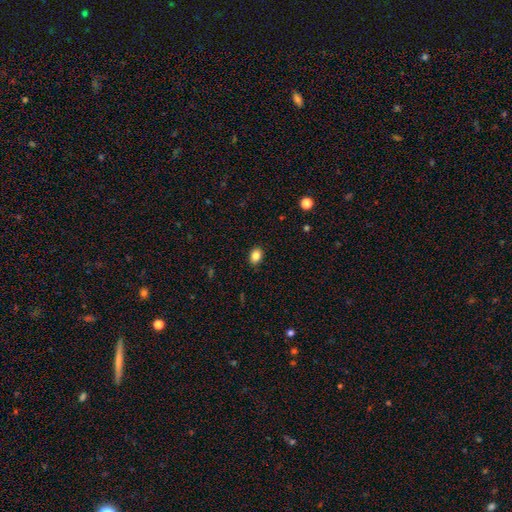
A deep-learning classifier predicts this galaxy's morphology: Smooth or featured? smooth (86%)
How rounded? in between (69%)
Merging? none (89%)